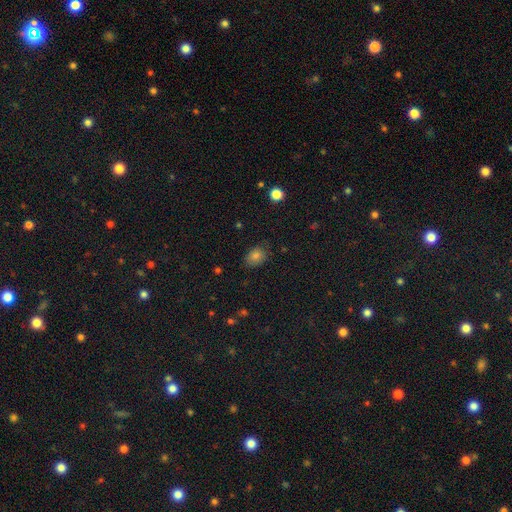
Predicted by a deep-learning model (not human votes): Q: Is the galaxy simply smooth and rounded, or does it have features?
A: smooth — 82%.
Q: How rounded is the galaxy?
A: in between — 62%.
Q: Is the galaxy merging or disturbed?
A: none — 78%.